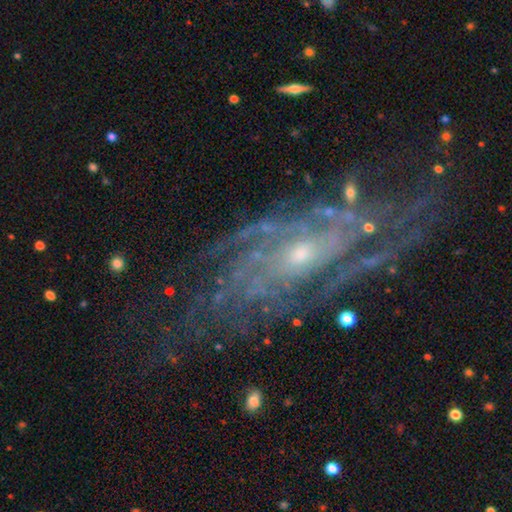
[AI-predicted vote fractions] featured or disk 89%, star or artifact 7%, smooth 5%. Down the decision tree: edge-on disk — no (92%); bar — no (70%); spiral arms — yes (96%); spiral arm count — can't tell (36%); spiral winding — tight (63%); bulge size — small (65%); merging — none (69%).